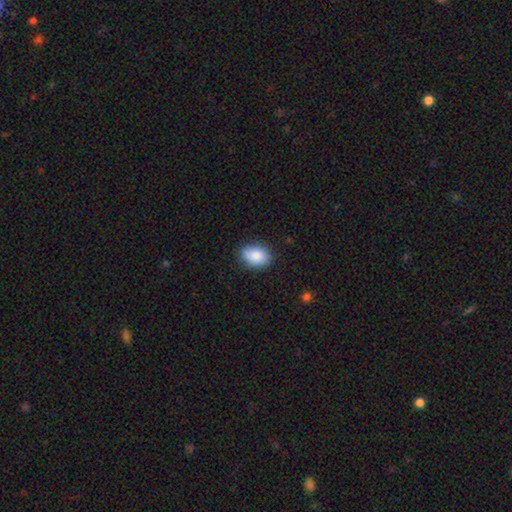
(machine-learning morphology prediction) Smooth or featured: smooth — 86% (star or artifact — 7%)
How rounded: in between — 82% (round — 17%)
Merging: none — 82% (minor disturbance — 14%)